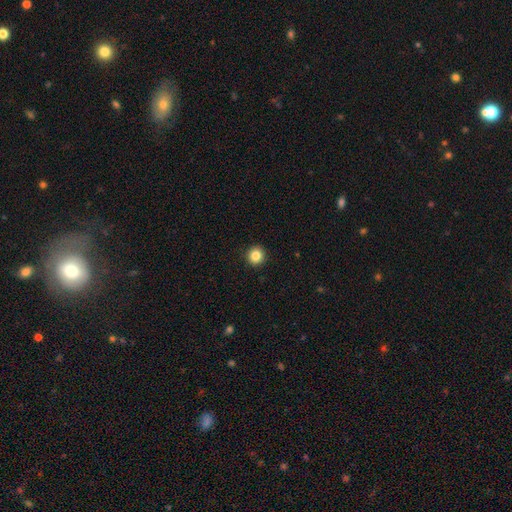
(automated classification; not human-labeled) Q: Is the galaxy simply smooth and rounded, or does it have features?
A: smooth — 85%.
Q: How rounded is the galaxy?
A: round — 95%.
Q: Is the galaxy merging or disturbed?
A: none — 93%.